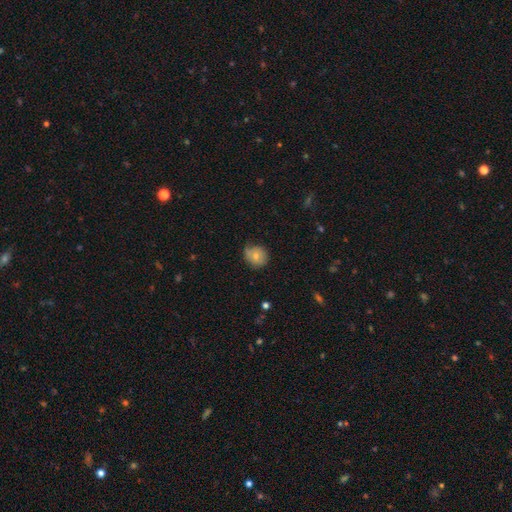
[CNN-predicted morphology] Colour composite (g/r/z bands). It shows a smooth galaxy with no disk features (73%) that is round (77%). Merging: none (63%).